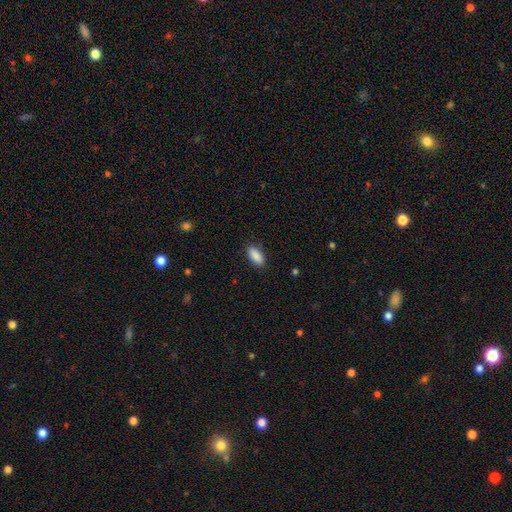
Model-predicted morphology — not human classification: This is clearly a smooth galaxy (89%). How rounded: clearly in between (84%). Merging: clearly none (87%).